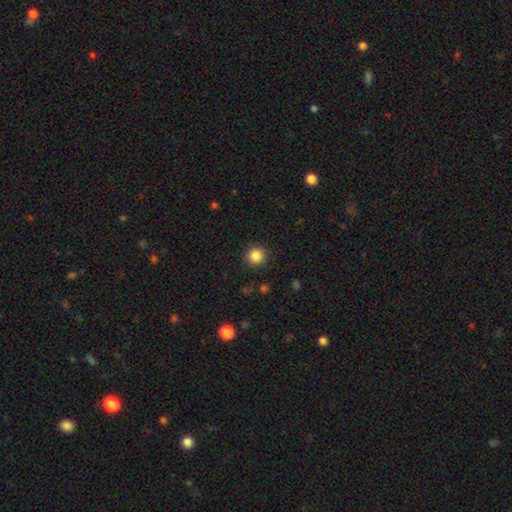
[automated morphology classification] Smooth or featured: smooth — 86% (star or artifact — 11%)
How rounded: round — 94% (in between — 5%)
Merging: none — 91% (minor disturbance — 6%)